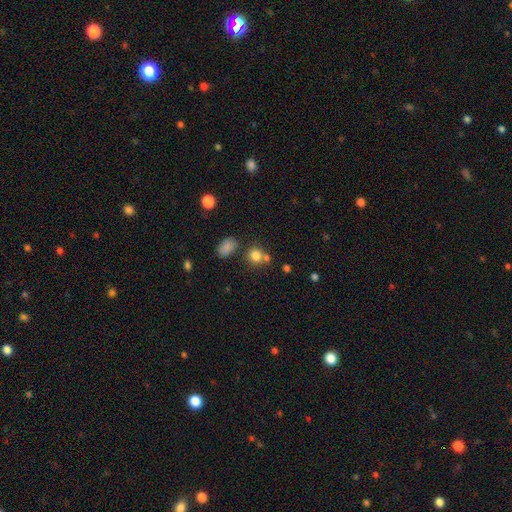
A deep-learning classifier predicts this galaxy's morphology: smooth 79%, star or artifact 13%, featured or disk 7%. Down the decision tree: how rounded — round (79%); merging — none (59%).